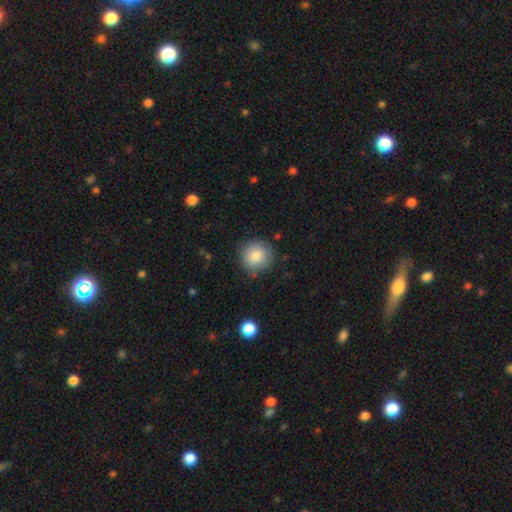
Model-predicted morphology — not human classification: smooth_or_featured: smooth (p=0.84) [alt: star or artifact p=0.08]
how_rounded: round (p=0.94) [alt: in between p=0.05]
merging: none (p=0.86) [alt: minor disturbance p=0.10]